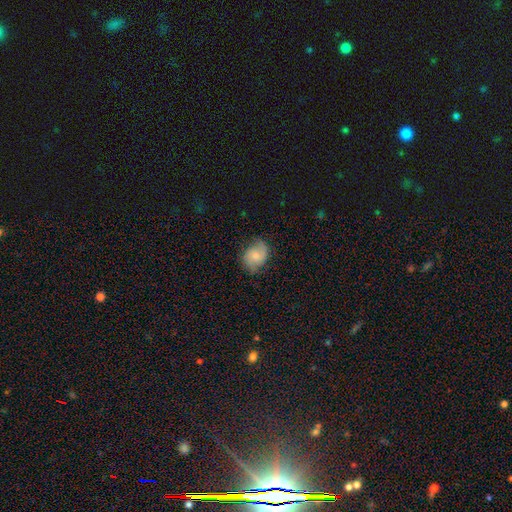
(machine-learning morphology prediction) type=smooth (52%); roundness=in between (54%); merging=none (68%).